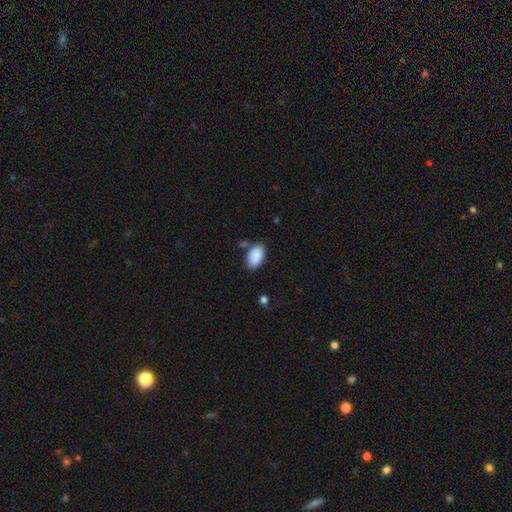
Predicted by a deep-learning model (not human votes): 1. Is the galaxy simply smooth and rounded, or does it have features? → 89% smooth, 6% star or artifact, 5% featured or disk.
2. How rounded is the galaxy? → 94% in between, 4% round, 2% cigar-shaped.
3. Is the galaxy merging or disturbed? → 75% none, 14% minor disturbance, 7% merger, 4% major disturbance.